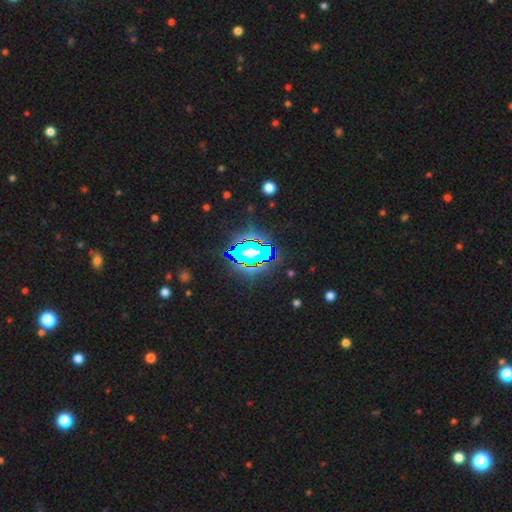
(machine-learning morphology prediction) Smooth or featured? Predicted: star or artifact (p=0.83).